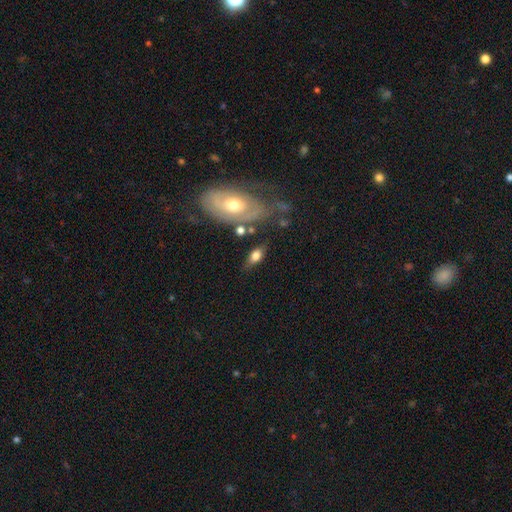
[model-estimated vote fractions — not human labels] smooth_or_featured: smooth (p=0.59) [alt: featured or disk p=0.33]
how_rounded: in between (p=0.80) [alt: cigar-shaped p=0.12]
merging: none (p=0.67) [alt: minor disturbance p=0.18]